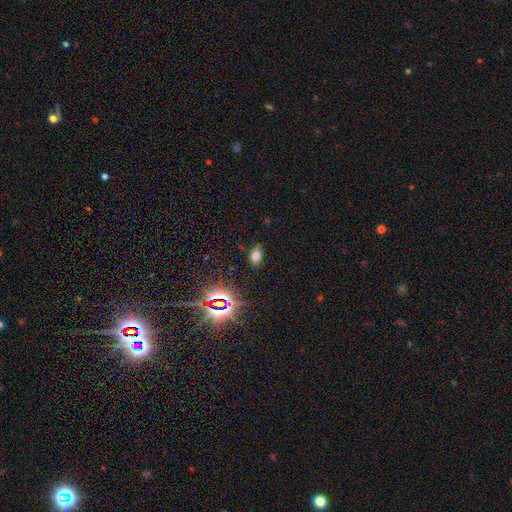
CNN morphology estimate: smooth 67%, star or artifact 24%, featured or disk 9%. Down the decision tree: how rounded — in between (87%); merging — none (84%).